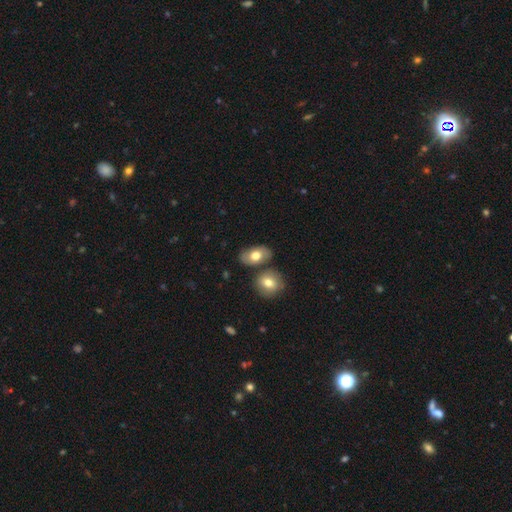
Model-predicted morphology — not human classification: A smooth galaxy with no disk features (71%) that is in between round and cigar-shaped (87%). Merging: none (71%).